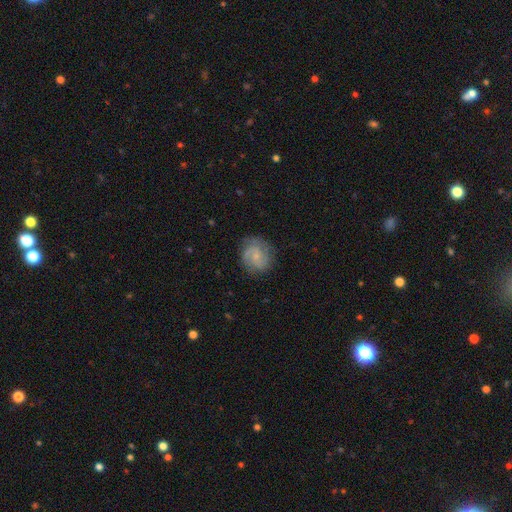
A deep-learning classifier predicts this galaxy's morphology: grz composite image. It shows a featured or disk galaxy (67%) with no bar (64%), 2 (64%) medium (43%, tied with tight) spiral arms (93%) and a small central bulge (68%). Merging: none (78%).